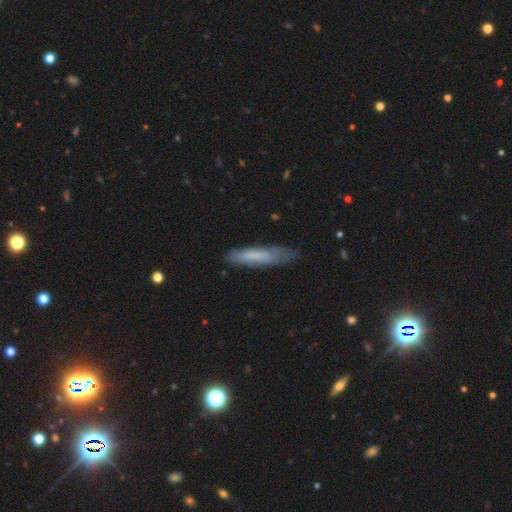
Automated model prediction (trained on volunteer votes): This appears to be a smooth galaxy with no disk features (70%) that is cigar-shaped (85%). Merging: none (69%).